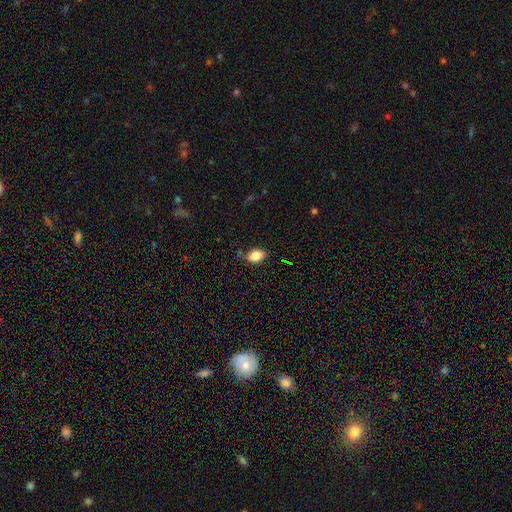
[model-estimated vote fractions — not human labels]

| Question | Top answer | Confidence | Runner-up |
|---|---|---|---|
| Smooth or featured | smooth | 84% | star or artifact (9%) |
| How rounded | in between | 81% | round (18%) |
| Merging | none | 79% | minor disturbance (15%) |